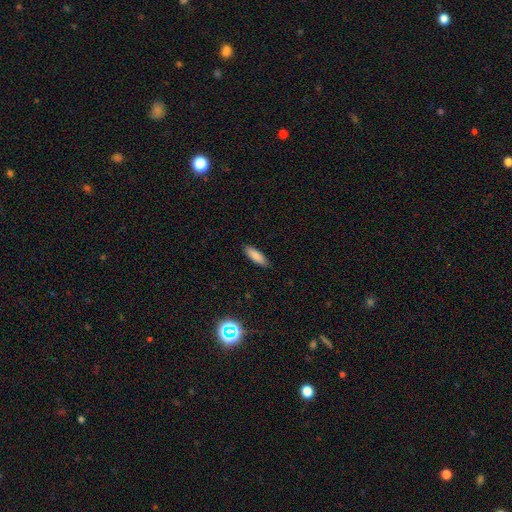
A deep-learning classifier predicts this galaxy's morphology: Smooth or featured: smooth — 86% (star or artifact — 7%)
How rounded: cigar-shaped — 52% (in between — 47%)
Merging: none — 89% (minor disturbance — 8%)